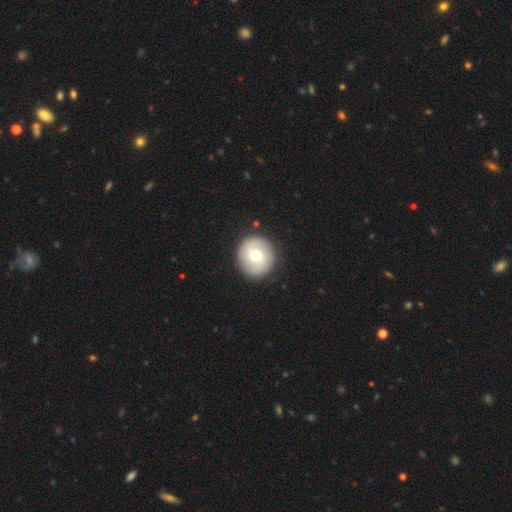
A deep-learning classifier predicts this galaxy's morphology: A smooth galaxy with no disk features (65%) that is round (94%). Merging: none (89%).